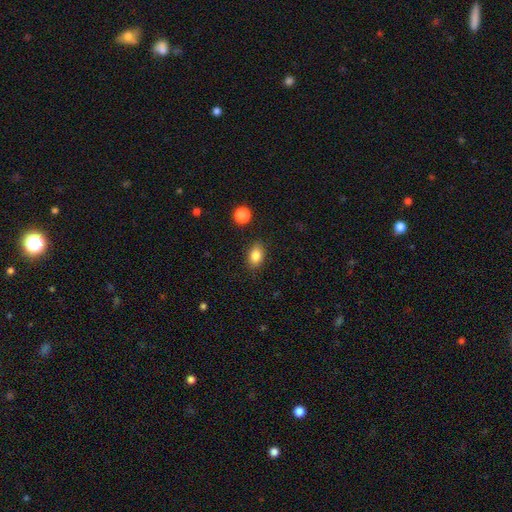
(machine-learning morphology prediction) Smooth or featured: smooth — 84% (star or artifact — 9%)
How rounded: in between — 81% (round — 17%)
Merging: none — 85% (minor disturbance — 11%)